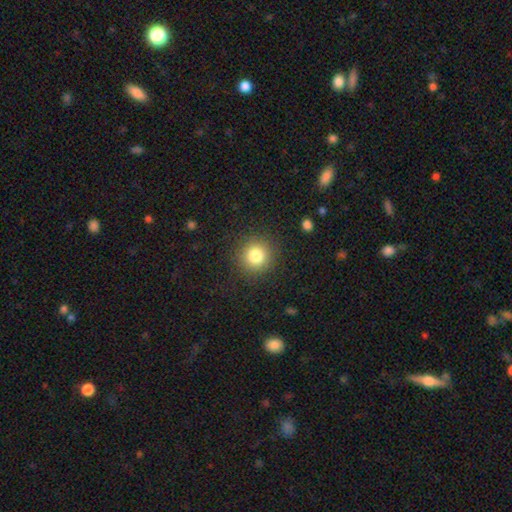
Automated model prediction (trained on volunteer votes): smooth 81%, star or artifact 12%, featured or disk 7%. Down the decision tree: how rounded — round (93%); merging — none (89%).